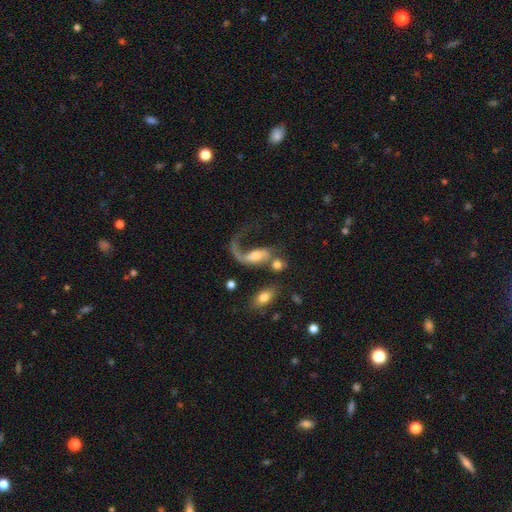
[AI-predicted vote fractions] The model was most divided on "bulge size": moderate: 40%, small: 30%, large: 14%, none: 13%, dominant: 3%. Remaining: edge-on disk — no (94%); spiral winding — loose (86%); spiral arms — yes (83%); spiral arm count — 1 (71%); smooth or featured — featured or disk (67%); bar — no (51%); merging — major disturbance (40%).